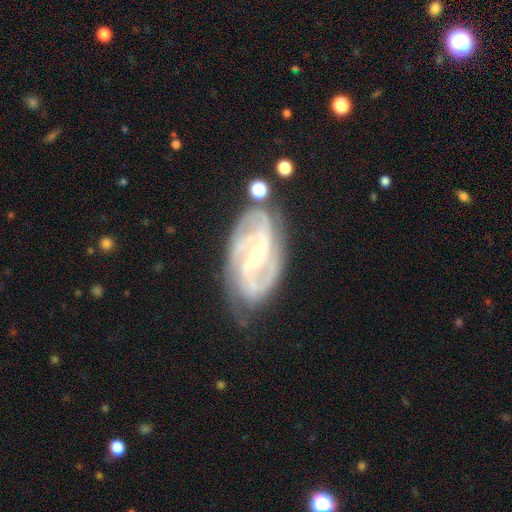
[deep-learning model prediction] Morphology: type=featured or disk (90%); edge-on=no (96%); bar=strong (47%); spiral arms=yes (98%); winding=medium (48%); arm count=2 (62%); bulge=small (65%); merging=none (72%).